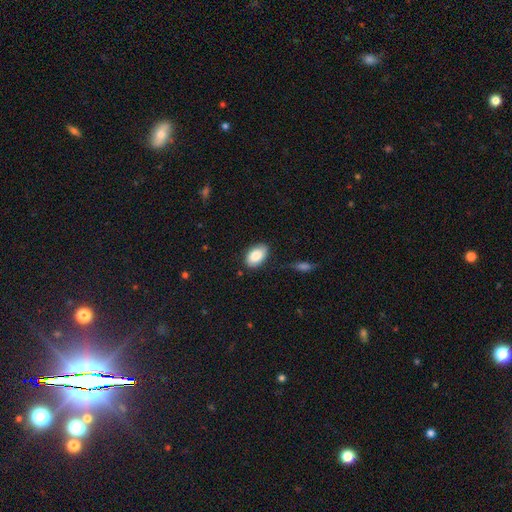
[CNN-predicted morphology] The model was most divided on "merging": none: 80%, minor disturbance: 15%, major disturbance: 3%, merger: 2%. More confident: how rounded — in between (92%); smooth or featured — smooth (85%).